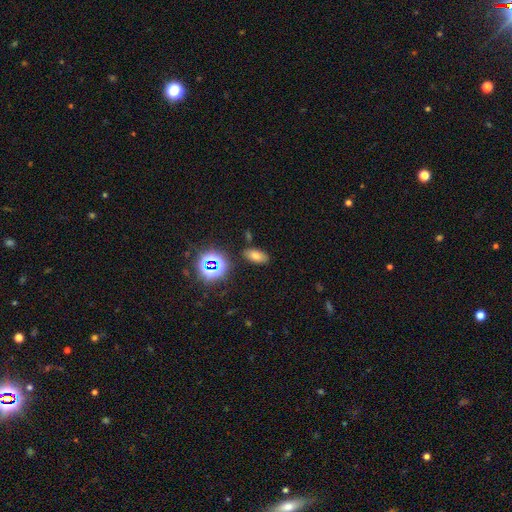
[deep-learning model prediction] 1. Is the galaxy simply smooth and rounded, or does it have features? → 65% smooth, 23% star or artifact, 12% featured or disk.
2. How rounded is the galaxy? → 87% in between, 8% round, 5% cigar-shaped.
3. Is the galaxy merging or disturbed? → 83% none, 10% minor disturbance, 4% merger, 3% major disturbance.